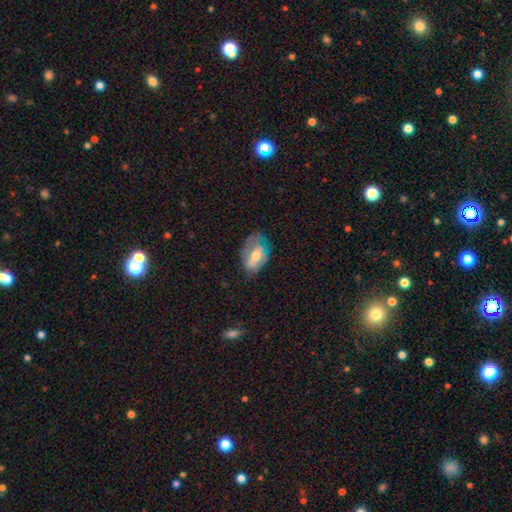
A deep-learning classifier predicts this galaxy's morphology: smooth 47%, featured or disk 45%, star or artifact 7%. Down the decision tree: merging — none (51%).